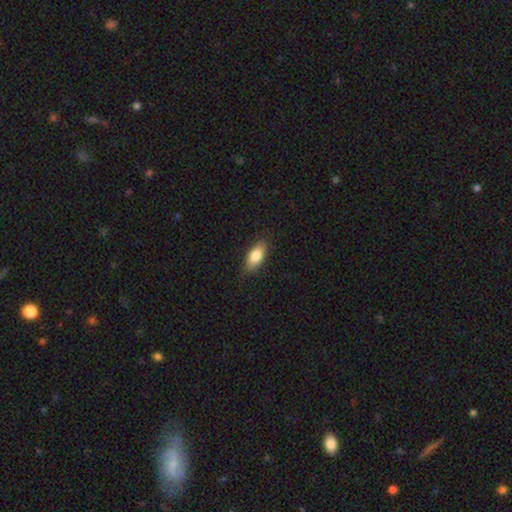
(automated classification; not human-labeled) This is clearly a smooth galaxy (81%). How rounded: clearly in between (83%). Merging: clearly none (85%).